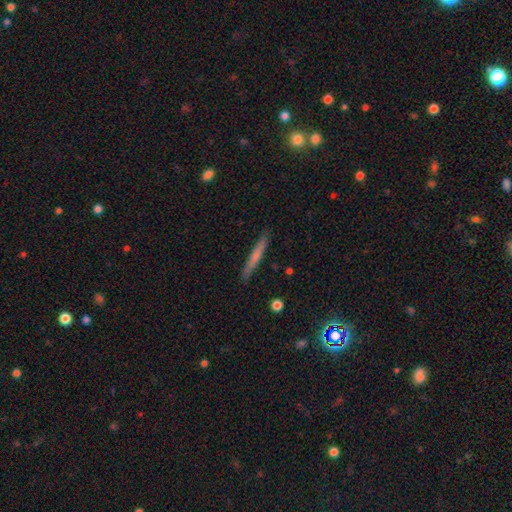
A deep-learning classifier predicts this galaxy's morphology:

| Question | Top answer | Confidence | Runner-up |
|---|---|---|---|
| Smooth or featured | smooth | 58% | featured or disk (35%) |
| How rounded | cigar-shaped | 96% | in between (3%) |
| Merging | none | 89% | minor disturbance (8%) |